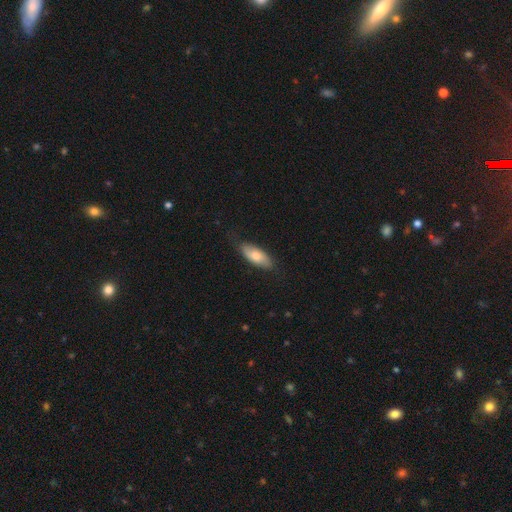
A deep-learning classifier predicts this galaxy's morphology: Smooth or featured? Predicted: smooth (p=0.69). How rounded? Predicted: in between (p=0.82). Merging? Predicted: none (p=0.78).